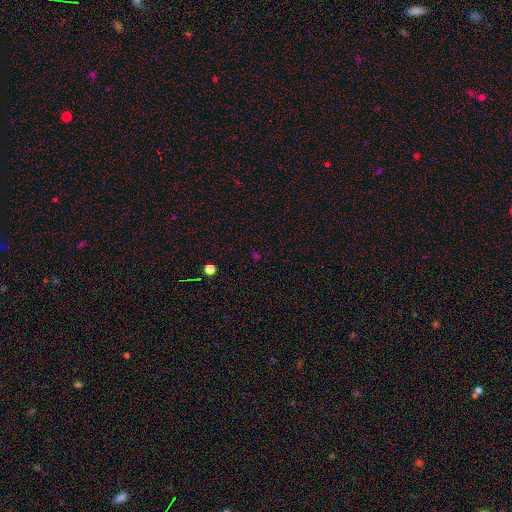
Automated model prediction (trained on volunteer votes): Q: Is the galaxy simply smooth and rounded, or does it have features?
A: star or artifact — 54%.